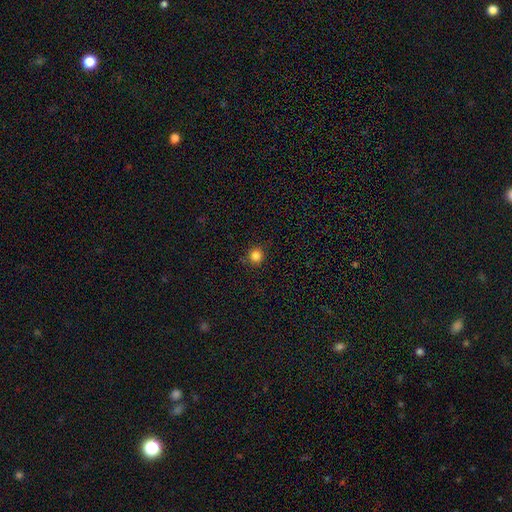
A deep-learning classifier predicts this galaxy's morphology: Smooth or featured? smooth (84%)
How rounded? round (93%)
Merging? none (87%)